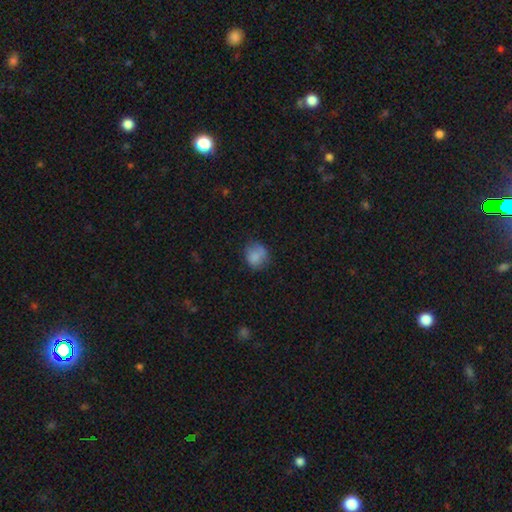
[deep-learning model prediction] This is likely a smooth galaxy (79%). How rounded: likely round (76%). Merging: likely none (62%).